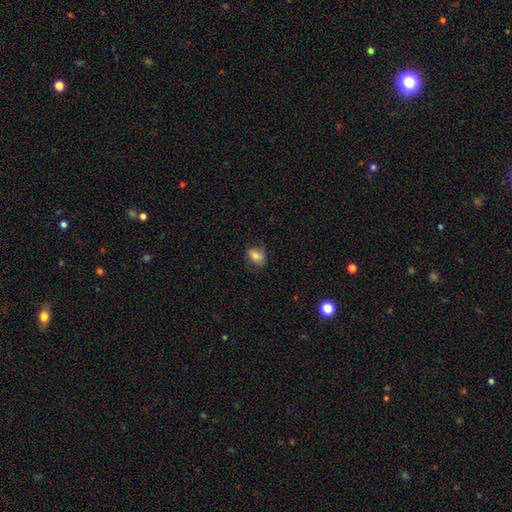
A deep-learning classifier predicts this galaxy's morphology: smooth-or-featured: smooth: 65% | featured or disk: 25% | star or artifact: 10%
  how-rounded: in between: 67% | round: 32% | cigar-shaped: 2%
  merging: none: 68% | minor disturbance: 23% | major disturbance: 8% | merger: 1%